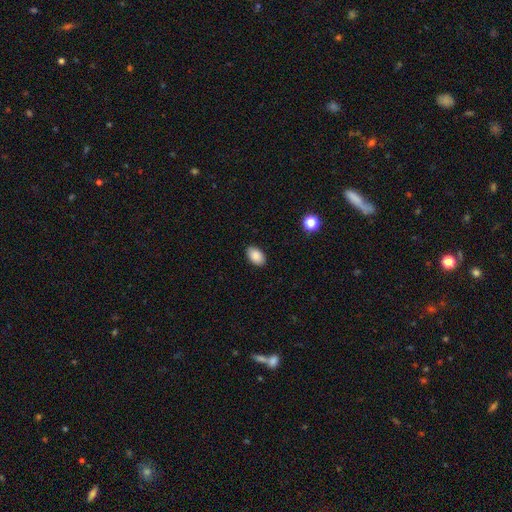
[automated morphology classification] smooth_or_featured: smooth (p=0.88) [alt: star or artifact p=0.08]
how_rounded: in between (p=0.91) [alt: round p=0.08]
merging: none (p=0.88) [alt: minor disturbance p=0.08]